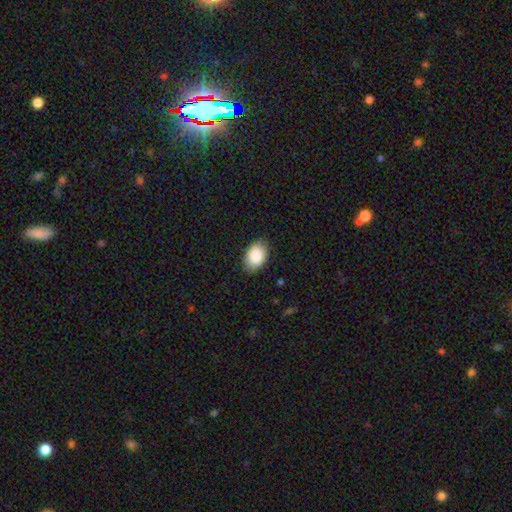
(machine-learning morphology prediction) smooth-or-featured: smooth: 87% | featured or disk: 6% | star or artifact: 6%
  how-rounded: in between: 90% | round: 9% | cigar-shaped: 1%
  merging: none: 86% | minor disturbance: 11% | major disturbance: 2% | merger: 1%